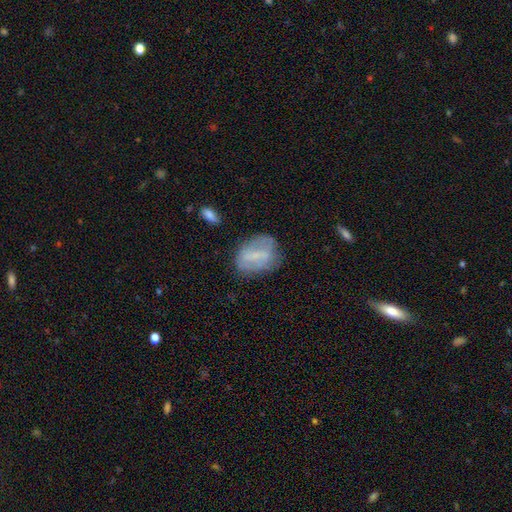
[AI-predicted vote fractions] Q: Smooth or featured?
A: smooth (49%); runner-up: featured or disk (42%)
Q: Merging?
A: none (64%); runner-up: minor disturbance (23%)